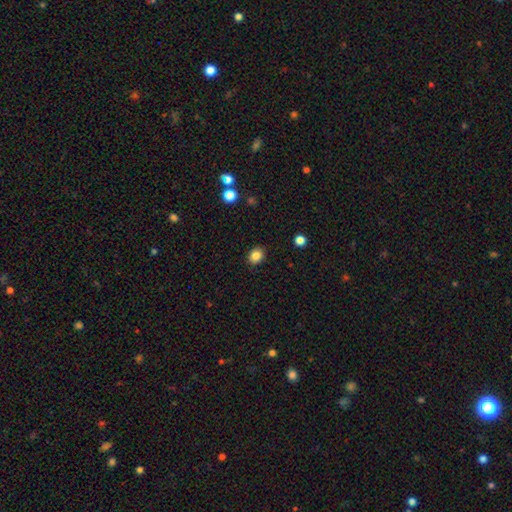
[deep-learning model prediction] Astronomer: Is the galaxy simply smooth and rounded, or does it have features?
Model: smooth — 84%.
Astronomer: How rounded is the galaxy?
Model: round — 58% (runner-up: in between, 41%).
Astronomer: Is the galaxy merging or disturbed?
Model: none — 89%.